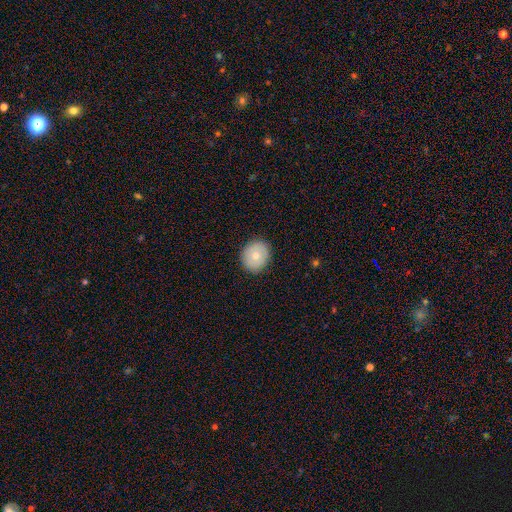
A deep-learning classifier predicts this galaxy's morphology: Smooth or featured?
  - smooth: 74% *
  - featured or disk: 18%
  - star or artifact: 8%
How rounded?
  - round: 73% *
  - in between: 26%
  - cigar-shaped: 1%
Merging?
  - none: 89% *
  - minor disturbance: 8%
  - major disturbance: 2%
  - merger: 1%